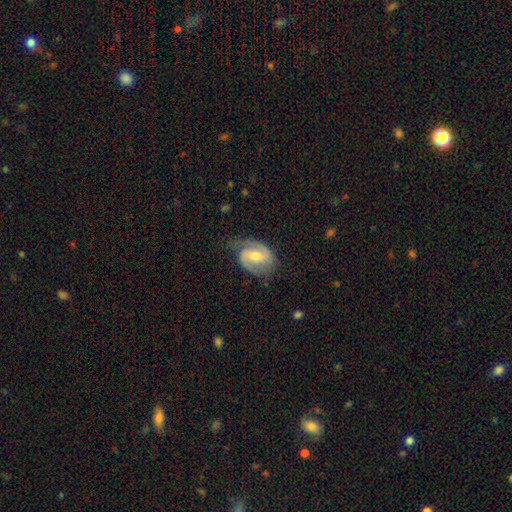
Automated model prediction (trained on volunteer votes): Q: Smooth or featured?
A: featured or disk (85%); runner-up: smooth (10%)
Q: Edge-on disk?
A: no (98%); runner-up: yes (2%)
Q: Bar?
A: weak (50%); runner-up: no (30%)
Q: Spiral arms?
A: yes (96%); runner-up: no (4%)
Q: Spiral winding?
A: medium (51%); runner-up: tight (32%)
Q: Spiral arm count?
A: 2 (87%); runner-up: 1 (5%)
Q: Bulge size?
A: moderate (53%); runner-up: small (39%)
Q: Merging?
A: none (63%); runner-up: minor disturbance (25%)